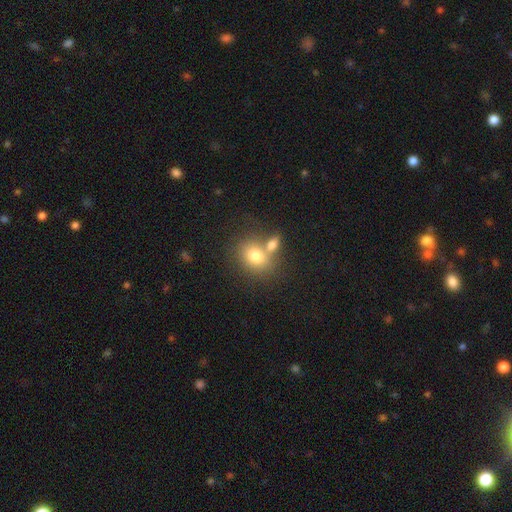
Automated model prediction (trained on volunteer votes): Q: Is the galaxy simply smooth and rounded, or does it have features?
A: smooth — 76%.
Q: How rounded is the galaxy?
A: round — 53%.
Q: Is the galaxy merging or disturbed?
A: none — 44%.